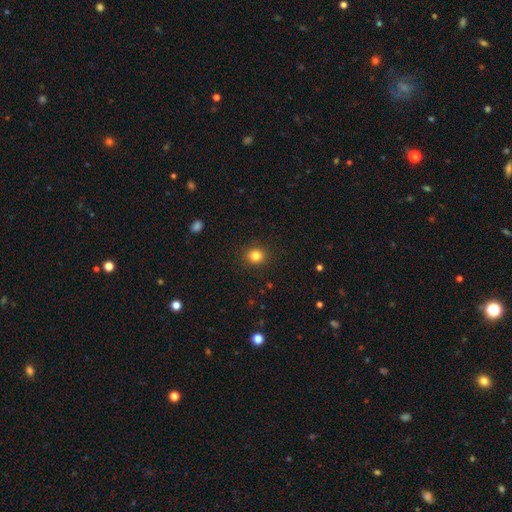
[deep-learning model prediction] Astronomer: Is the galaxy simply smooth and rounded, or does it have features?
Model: smooth — 83%.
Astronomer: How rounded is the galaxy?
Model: round — 85%.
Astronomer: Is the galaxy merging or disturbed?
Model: none — 91%.